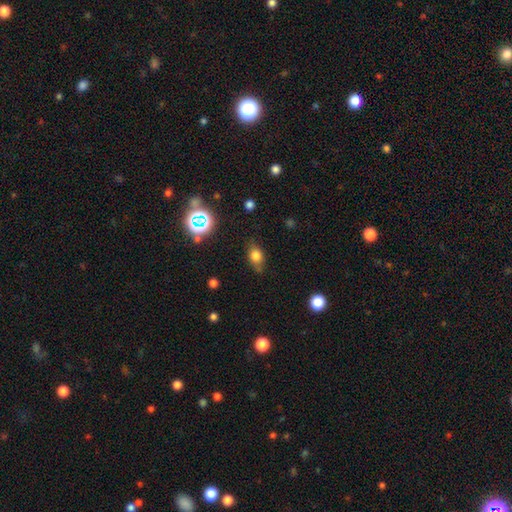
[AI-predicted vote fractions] smooth-or-featured: smooth: 74% | star or artifact: 14% | featured or disk: 12%
  how-rounded: in between: 68% | round: 28% | cigar-shaped: 4%
  merging: none: 71% | minor disturbance: 22% | major disturbance: 5% | merger: 2%